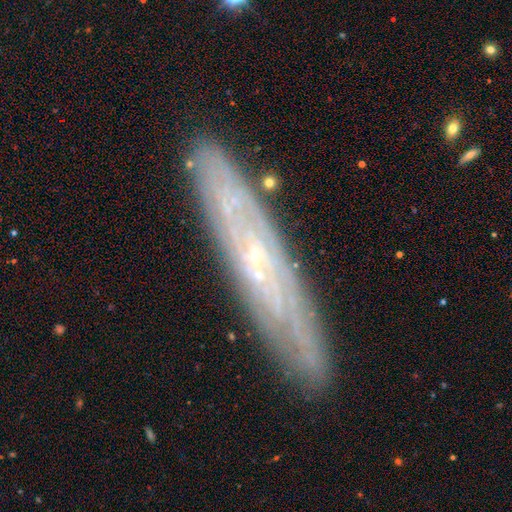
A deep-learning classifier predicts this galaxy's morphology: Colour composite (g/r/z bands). It shows a featured or disk galaxy (74%) viewed edge-on (52%). Merging: none (87%).